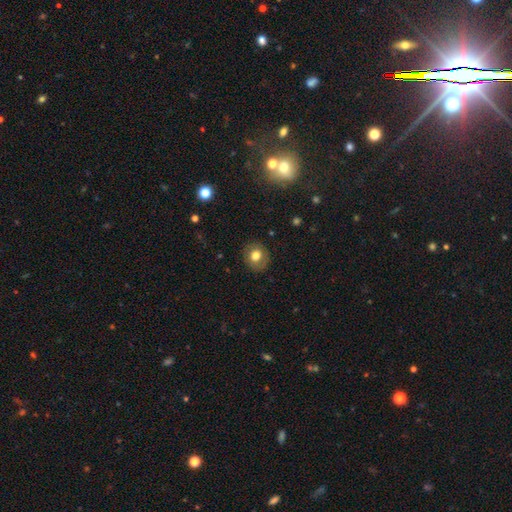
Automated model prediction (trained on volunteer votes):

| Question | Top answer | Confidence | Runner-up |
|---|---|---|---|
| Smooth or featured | smooth | 72% | featured or disk (18%) |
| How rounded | round | 79% | in between (20%) |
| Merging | none | 85% | minor disturbance (10%) |